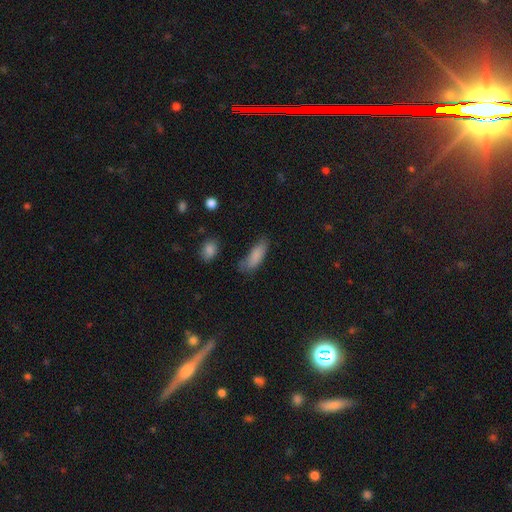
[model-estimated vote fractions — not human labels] Morphology: type=smooth (85%); roundness=in between (65%); merging=none (63%).